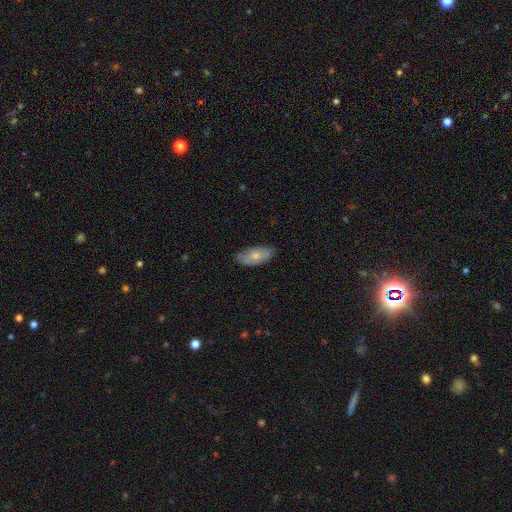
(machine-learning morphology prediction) smooth 71%, featured or disk 23%, star or artifact 6%. Down the decision tree: how rounded — in between (89%); merging — none (76%).